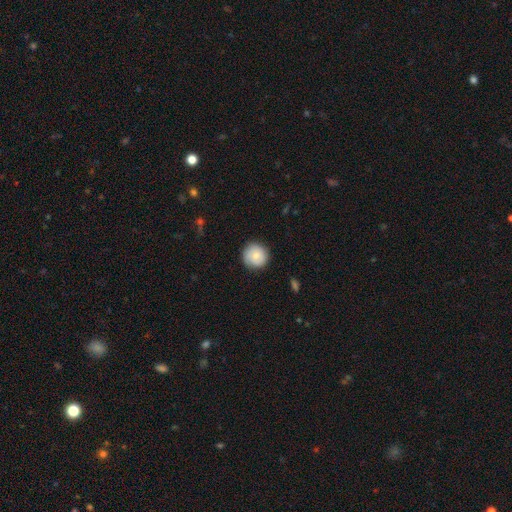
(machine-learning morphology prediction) The model was most divided on "smooth or featured": smooth: 67%, featured or disk: 26%, star or artifact: 7%. More confident: how rounded — round (93%); merging — none (83%).